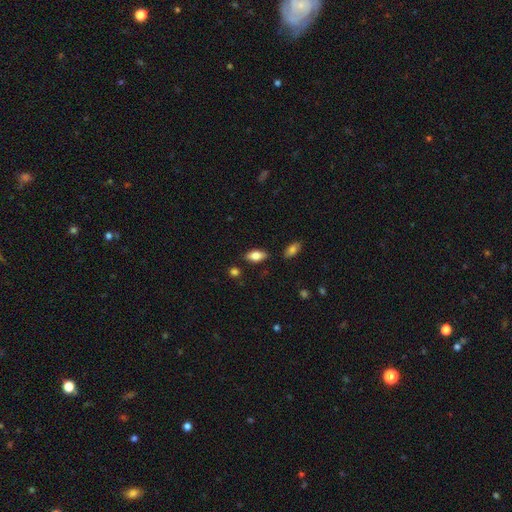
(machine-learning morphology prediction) smooth_or_featured: smooth (p=0.73) [alt: featured or disk p=0.20]
how_rounded: in between (p=0.86) [alt: cigar-shaped p=0.11]
merging: none (p=0.84) [alt: minor disturbance p=0.11]